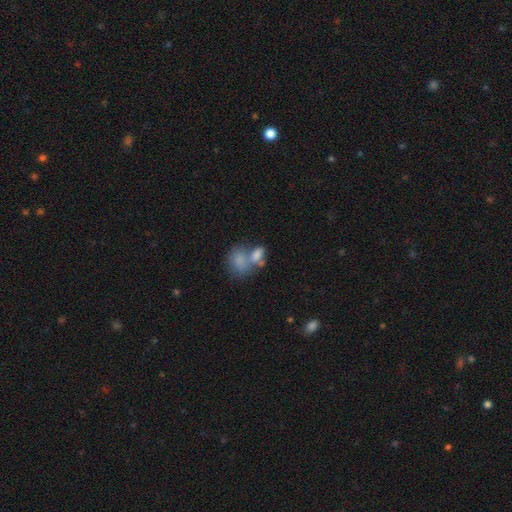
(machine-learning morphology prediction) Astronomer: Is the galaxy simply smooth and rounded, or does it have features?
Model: smooth — 74%.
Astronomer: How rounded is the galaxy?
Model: in between — 78%.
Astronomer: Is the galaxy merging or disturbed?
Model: merger — 56%.